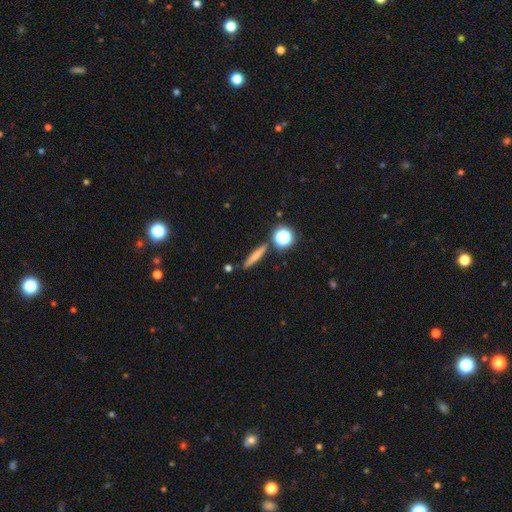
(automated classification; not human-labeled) smooth_or_featured: smooth (p=0.64) [alt: featured or disk p=0.24]
how_rounded: cigar-shaped (p=0.82) [alt: round p=0.09]
merging: none (p=0.84) [alt: minor disturbance p=0.08]